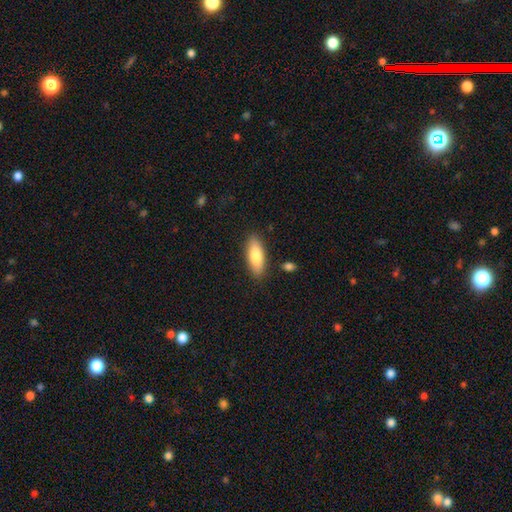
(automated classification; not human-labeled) A smooth galaxy with no disk features (80%) that is in between round and cigar-shaped (70%).

Vote fractions:
- Smooth or featured? smooth: 80% / featured or disk: 14% / star or artifact: 6%
- How rounded? in between: 70% / cigar-shaped: 28% / round: 2%
- Merging? none: 85% / minor disturbance: 10% / merger: 2% / major disturbance: 2%